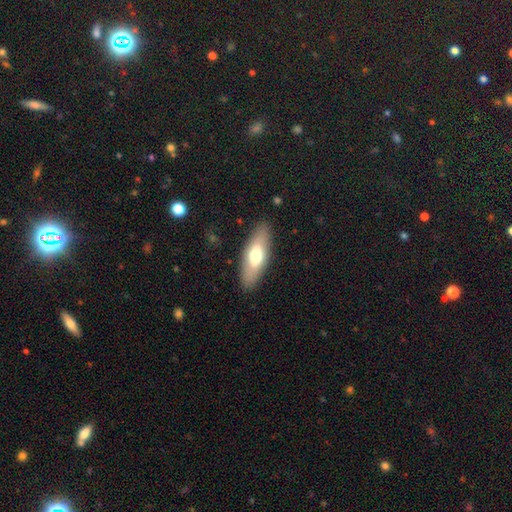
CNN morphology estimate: Smooth or featured: smooth — 64% (featured or disk — 31%)
How rounded: in between — 68% (cigar-shaped — 29%)
Merging: none — 87% (minor disturbance — 9%)